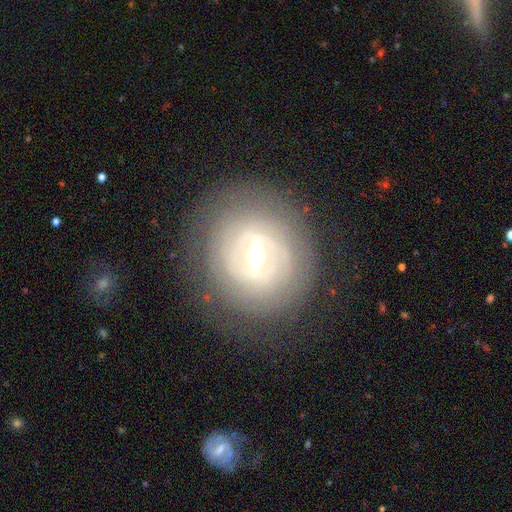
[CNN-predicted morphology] A featured or disk galaxy (79%) with a strong bar (67%), no spiral arms (54%) and a moderate central bulge (65%).

Vote fractions:
- Smooth or featured? featured or disk: 79% / smooth: 13% / star or artifact: 8%
- Edge-on disk? no: 86% / yes: 14%
- Bar? strong: 67% / weak: 24% / no: 9%
- Spiral arms? no: 54% / yes: 46%
- Bulge size? moderate: 65% / small: 17% / large: 15% / dominant: 2% / none: 1%
- Merging? none: 81% / minor disturbance: 12% / major disturbance: 6% / merger: 1%